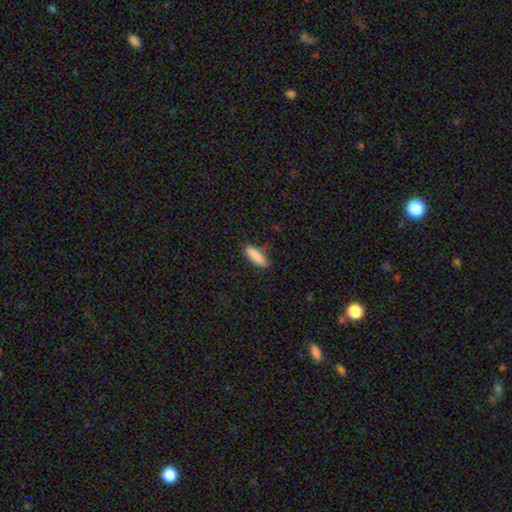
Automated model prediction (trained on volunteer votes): Smooth or featured? smooth (88%)
How rounded? cigar-shaped (50%)
Merging? none (83%)